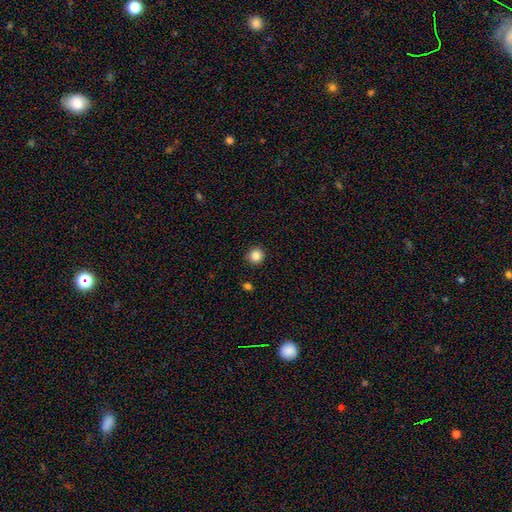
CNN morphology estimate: smooth_or_featured: smooth (p=0.86) [alt: star or artifact p=0.11]
how_rounded: round (p=0.95) [alt: in between p=0.05]
merging: none (p=0.92) [alt: minor disturbance p=0.05]